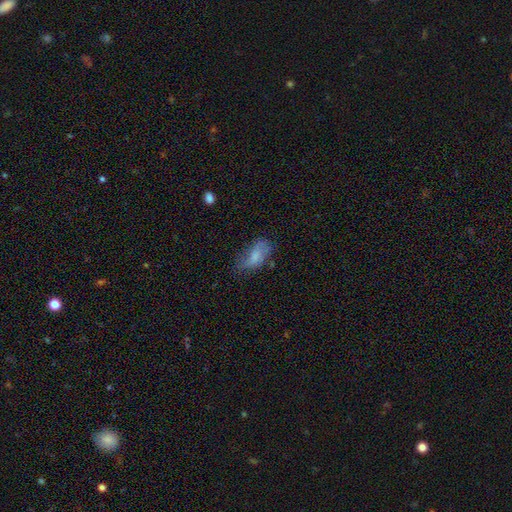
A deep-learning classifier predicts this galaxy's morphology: Smooth or featured? Predicted: smooth (p=0.67). How rounded? Predicted: in between (p=0.89). Merging? Predicted: none (p=0.48).